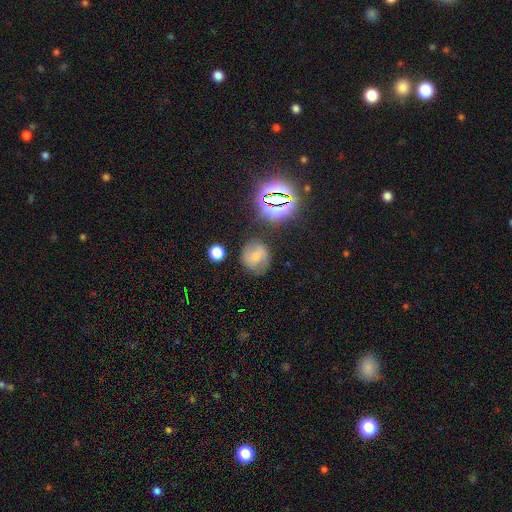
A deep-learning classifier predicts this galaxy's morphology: This appears to be a smooth galaxy with no disk features (49%). Merging: none (71%).